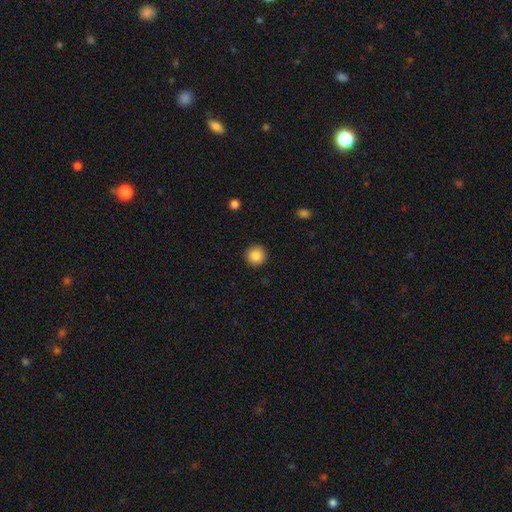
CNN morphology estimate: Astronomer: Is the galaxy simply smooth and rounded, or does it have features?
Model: smooth — 86%.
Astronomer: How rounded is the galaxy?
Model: round — 95%.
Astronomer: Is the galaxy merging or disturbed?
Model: none — 92%.